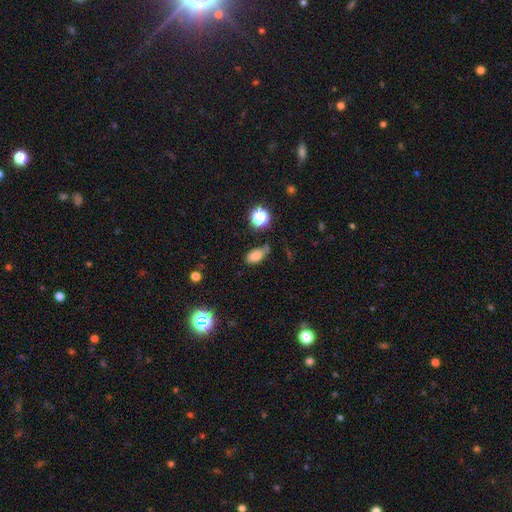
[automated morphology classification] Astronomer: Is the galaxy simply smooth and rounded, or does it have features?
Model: smooth — 78%.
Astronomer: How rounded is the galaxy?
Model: in between — 88%.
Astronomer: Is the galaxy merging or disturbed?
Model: none — 64%.